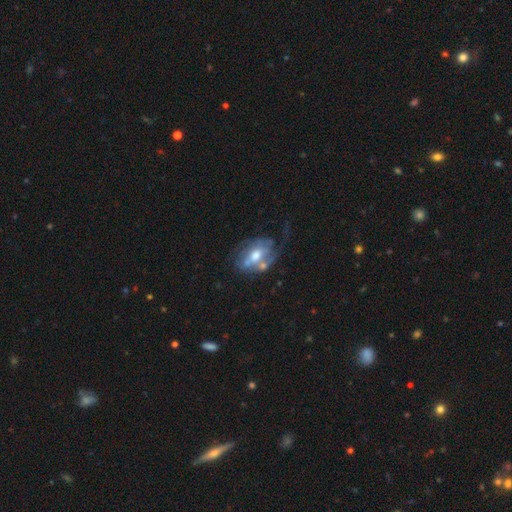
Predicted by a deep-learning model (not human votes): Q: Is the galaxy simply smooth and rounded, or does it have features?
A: featured or disk — 65%.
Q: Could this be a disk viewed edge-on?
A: no — 93%.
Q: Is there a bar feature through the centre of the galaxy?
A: no — 50%.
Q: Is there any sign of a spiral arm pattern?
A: yes — 62%.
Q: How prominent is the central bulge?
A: moderate — 67%.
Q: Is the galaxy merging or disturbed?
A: none — 33%.